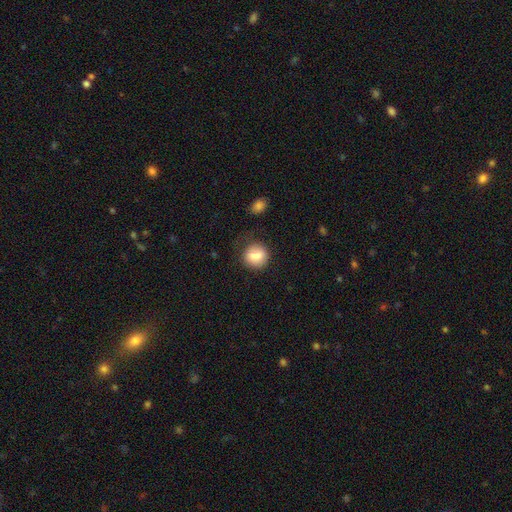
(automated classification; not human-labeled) A smooth galaxy with no disk features (76%) that is round (82%). Merging: none (59%).